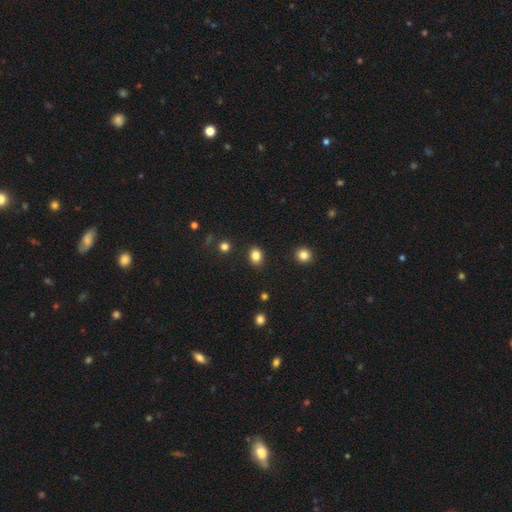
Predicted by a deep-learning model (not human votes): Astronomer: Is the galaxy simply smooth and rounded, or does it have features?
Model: smooth — 84%.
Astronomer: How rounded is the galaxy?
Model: in between — 51% (runner-up: round, 48%).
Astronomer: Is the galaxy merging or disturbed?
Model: none — 89%.